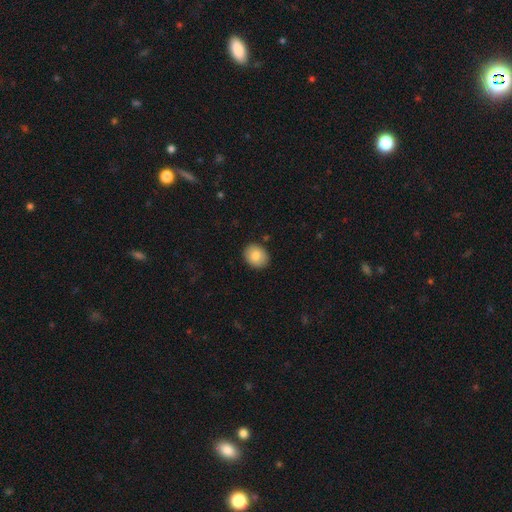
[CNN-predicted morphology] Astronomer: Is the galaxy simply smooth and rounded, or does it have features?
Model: smooth — 83%.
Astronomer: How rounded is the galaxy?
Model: round — 53% (runner-up: in between, 46%).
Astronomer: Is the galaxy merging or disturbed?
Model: none — 89%.